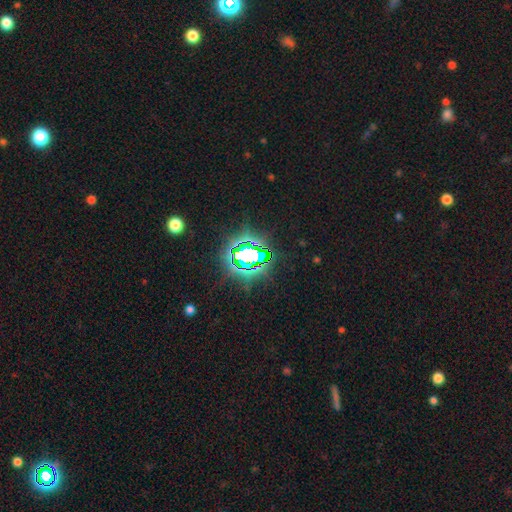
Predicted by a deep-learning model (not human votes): Morphology: type=star or artifact (79%).